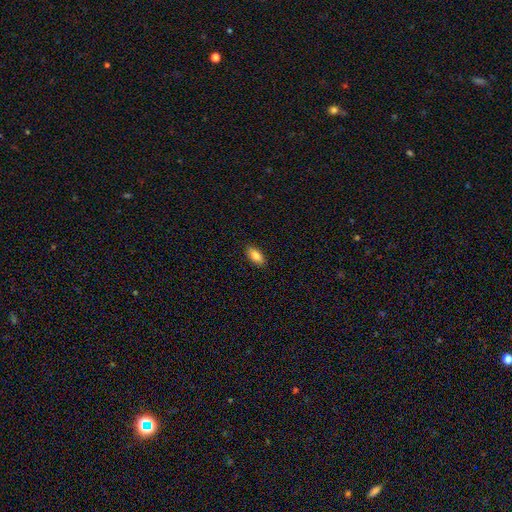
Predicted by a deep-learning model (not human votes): smooth 84%, featured or disk 9%, star or artifact 7%. Down the decision tree: how rounded — in between (88%); merging — none (89%).